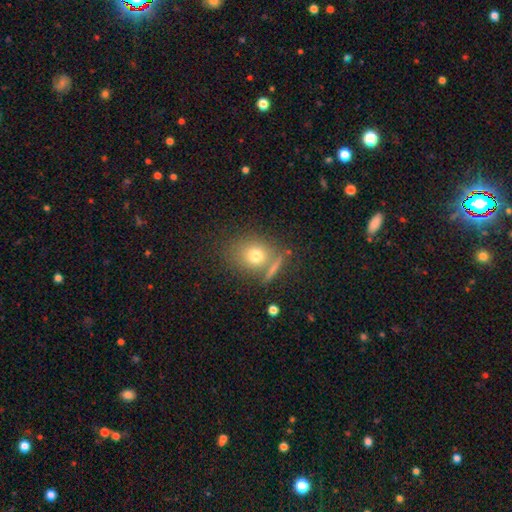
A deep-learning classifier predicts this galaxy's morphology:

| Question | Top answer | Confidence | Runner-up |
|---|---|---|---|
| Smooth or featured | smooth | 73% | featured or disk (15%) |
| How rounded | round | 69% | in between (29%) |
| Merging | none | 63% | merger (16%) |